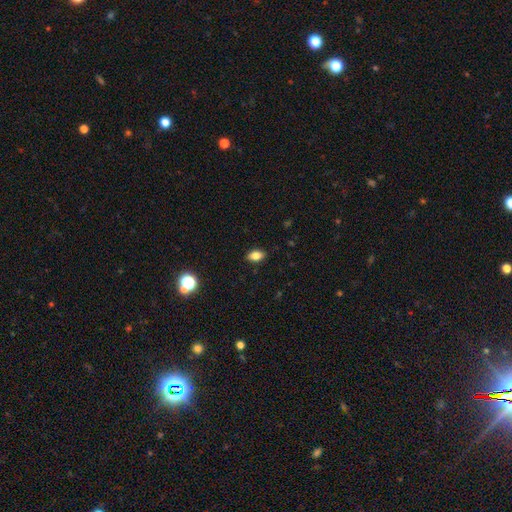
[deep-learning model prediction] Overall: smooth (82%). How rounded: in between (86%). Merging: none (89%).